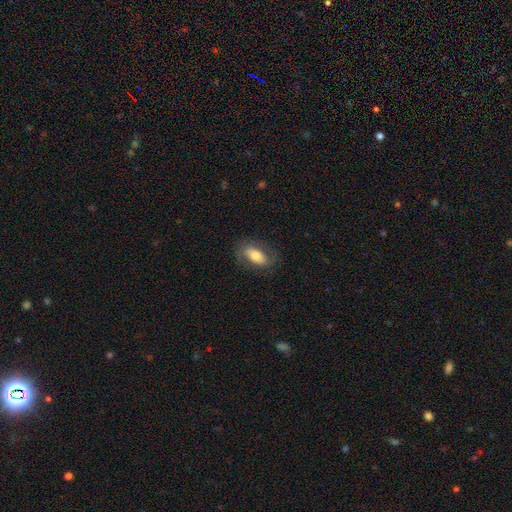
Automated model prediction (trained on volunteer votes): Morphology: type=smooth (59%); roundness=in between (86%); merging=none (75%).